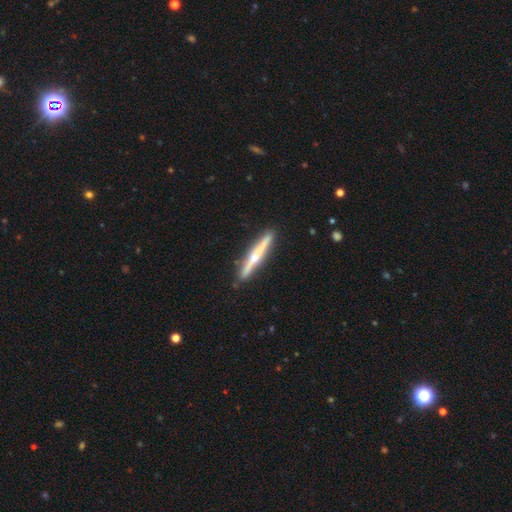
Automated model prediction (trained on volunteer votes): smooth_or_featured: featured or disk (p=0.73) [alt: smooth p=0.23]
disk_edge_on: yes (p=0.97) [alt: no p=0.03]
edge_on_bulge: rounded (p=0.87) [alt: none p=0.10]
merging: none (p=0.91) [alt: minor disturbance p=0.07]